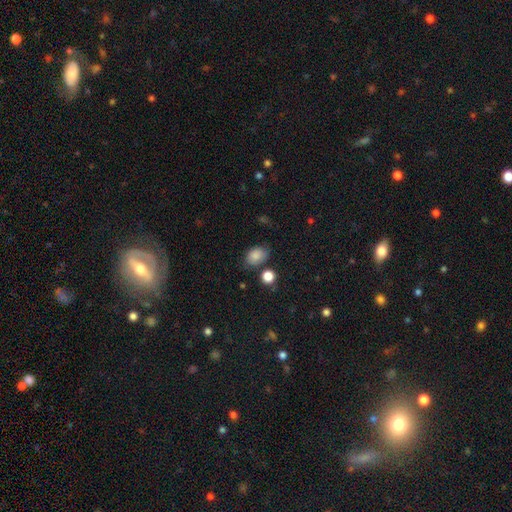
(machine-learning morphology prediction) smooth 85%, star or artifact 9%, featured or disk 6%. Down the decision tree: how rounded — in between (76%); merging — none (69%).